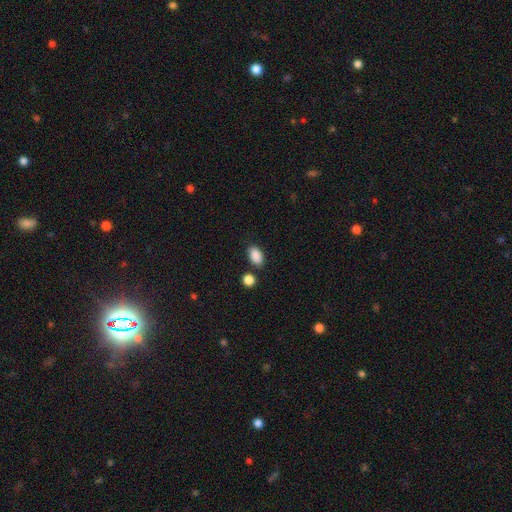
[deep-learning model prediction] The model was most divided on "merging": none: 80%, minor disturbance: 11%, merger: 6%, major disturbance: 3%. More confident: how rounded — in between (90%); smooth or featured — smooth (89%).